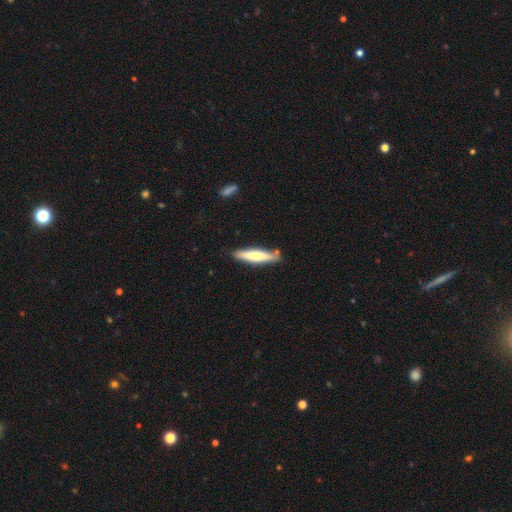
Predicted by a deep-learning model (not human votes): A smooth galaxy with no disk features (59%) that is cigar-shaped (83%).

Vote fractions:
- Smooth or featured? smooth: 59% / featured or disk: 36% / star or artifact: 5%
- How rounded? cigar-shaped: 83% / in between: 15% / round: 1%
- Merging? none: 82% / minor disturbance: 12% / merger: 4% / major disturbance: 2%